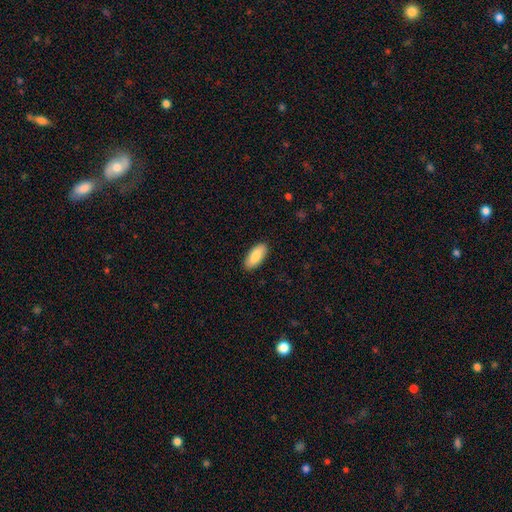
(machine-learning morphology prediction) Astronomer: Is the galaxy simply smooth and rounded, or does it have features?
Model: smooth — 87%.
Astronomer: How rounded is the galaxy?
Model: in between — 86%.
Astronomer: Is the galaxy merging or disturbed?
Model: none — 90%.